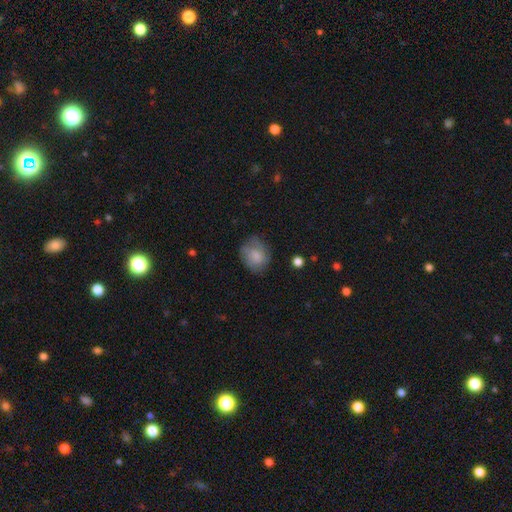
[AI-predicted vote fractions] Smooth or featured?
  - smooth: 71% *
  - featured or disk: 22%
  - star or artifact: 8%
How rounded?
  - round: 59% *
  - in between: 40%
  - cigar-shaped: 1%
Merging?
  - none: 65% *
  - minor disturbance: 25%
  - major disturbance: 8%
  - merger: 2%